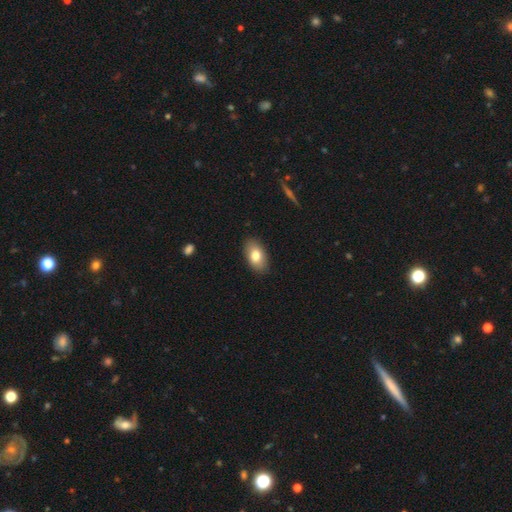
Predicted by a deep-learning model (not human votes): This is likely a smooth galaxy (79%). How rounded: clearly in between (92%). Merging: clearly none (87%).